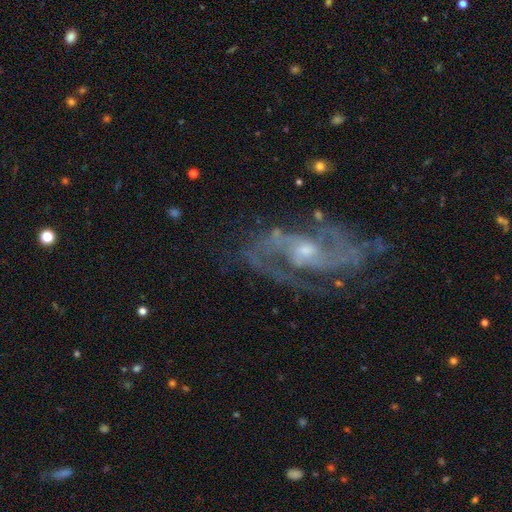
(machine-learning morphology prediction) Smooth or featured?
  - featured or disk: 89% *
  - star or artifact: 7%
  - smooth: 4%
Edge-on disk?
  - no: 96% *
  - yes: 4%
Bar?
  - no: 50% *
  - weak: 40%
  - strong: 10%
Spiral arms?
  - yes: 97% *
  - no: 3%
Spiral winding?
  - medium: 55% *
  - tight: 24%
  - loose: 21%
Spiral arm count?
  - 2: 77% *
  - can't tell: 8%
  - 3: 7%
  - 1: 3%
  - 4: 3%
  - more than 4: 3%
Bulge size?
  - small: 50% *
  - moderate: 44%
  - none: 3%
  - large: 2%
  - dominant: 1%
Merging?
  - none: 68% *
  - minor disturbance: 18%
  - major disturbance: 12%
  - merger: 2%